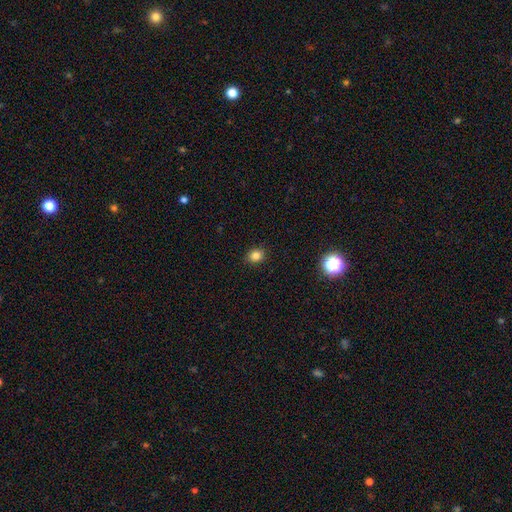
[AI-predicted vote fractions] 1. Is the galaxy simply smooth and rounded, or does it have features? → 82% smooth, 13% star or artifact, 5% featured or disk.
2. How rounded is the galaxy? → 65% round, 34% in between, 1% cigar-shaped.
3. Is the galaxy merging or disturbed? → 89% none, 8% minor disturbance, 2% major disturbance, 1% merger.